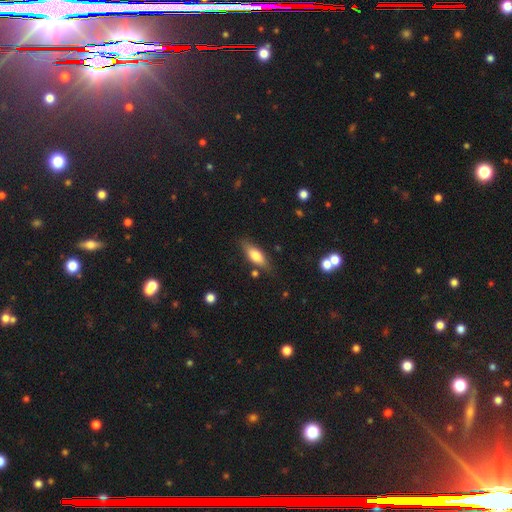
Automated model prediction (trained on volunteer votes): Morphology: type=smooth (68%); roundness=in between (66%); merging=none (79%).